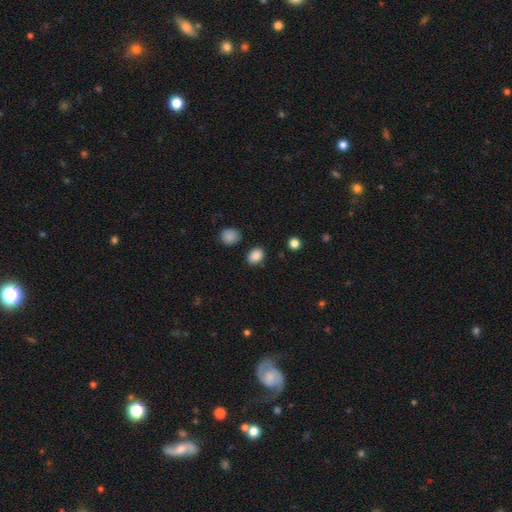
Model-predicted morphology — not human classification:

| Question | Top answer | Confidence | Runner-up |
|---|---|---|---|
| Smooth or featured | smooth | 87% | star or artifact (10%) |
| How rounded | in between | 56% | round (43%) |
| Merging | none | 85% | minor disturbance (10%) |